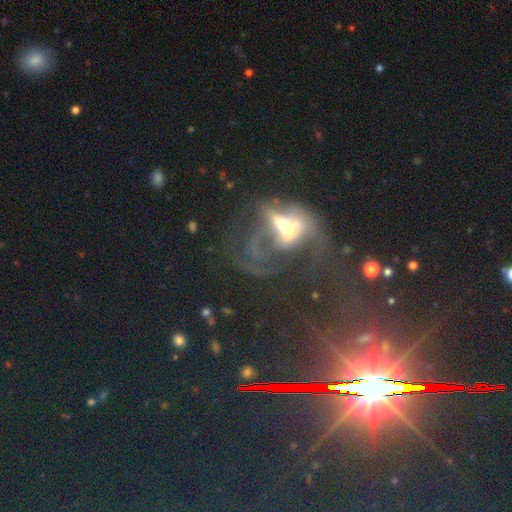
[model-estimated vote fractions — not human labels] Smooth or featured?
  - featured or disk: 47% *
  - star or artifact: 31%
  - smooth: 22%
Merging?
  - major disturbance: 47% *
  - none: 22%
  - merger: 17%
  - minor disturbance: 13%